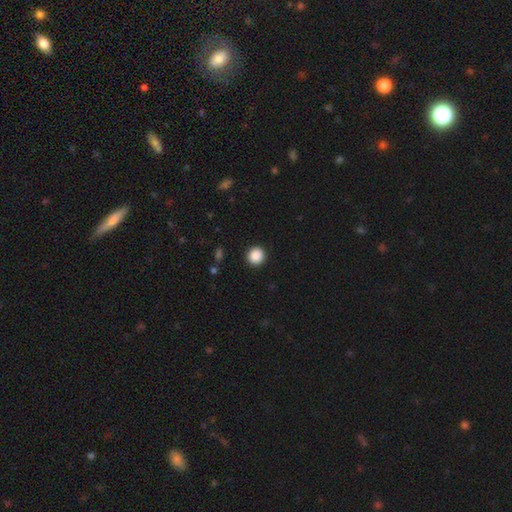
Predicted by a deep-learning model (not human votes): Morphology: type=smooth (89%); roundness=round (94%); merging=none (93%).